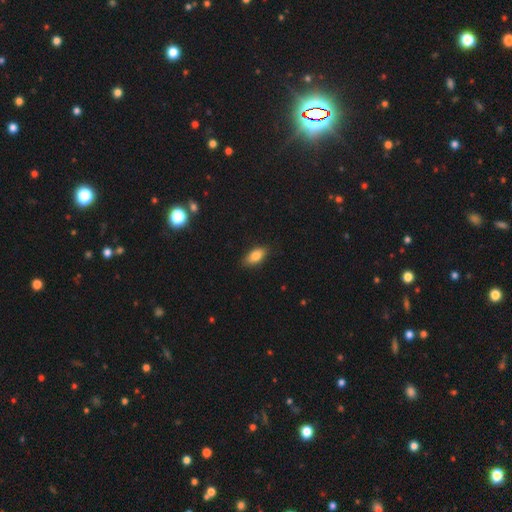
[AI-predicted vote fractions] Q: Smooth or featured?
A: smooth (83%); runner-up: featured or disk (9%)
Q: How rounded?
A: in between (90%); runner-up: cigar-shaped (6%)
Q: Merging?
A: none (85%); runner-up: minor disturbance (12%)